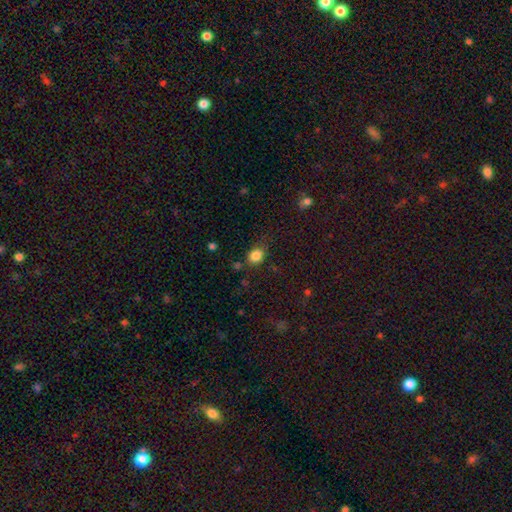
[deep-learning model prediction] Smooth or featured? smooth (84%)
How rounded? round (54%)
Merging? none (68%)